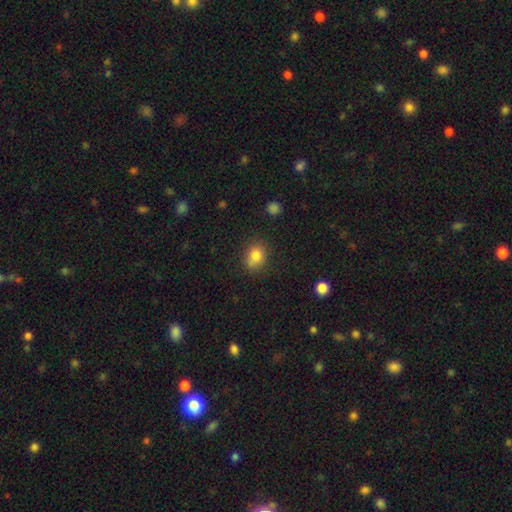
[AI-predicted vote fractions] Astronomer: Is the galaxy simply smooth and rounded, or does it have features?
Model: smooth — 82%.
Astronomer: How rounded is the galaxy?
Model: round — 54% (runner-up: in between, 45%).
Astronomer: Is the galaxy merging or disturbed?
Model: none — 70%.